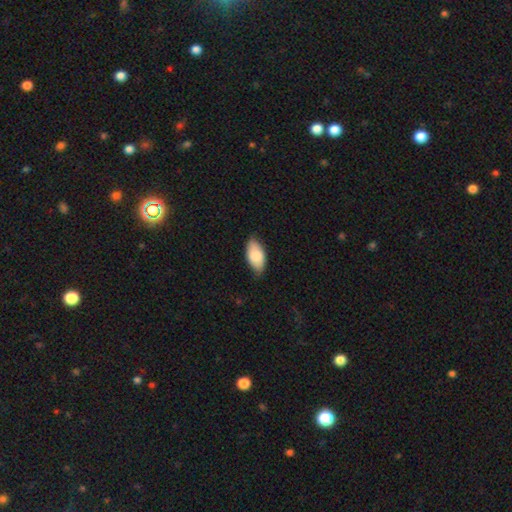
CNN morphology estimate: The model was most divided on "merging": none: 74%, minor disturbance: 22%, major disturbance: 3%, merger: 1%. More confident: how rounded — in between (94%); smooth or featured — smooth (82%).